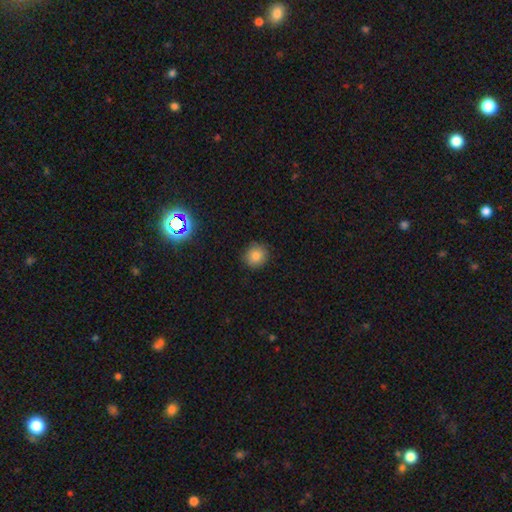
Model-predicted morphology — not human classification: smooth-or-featured: smooth: 83% | star or artifact: 11% | featured or disk: 6%
  how-rounded: round: 88% | in between: 11% | cigar-shaped: 1%
  merging: none: 89% | minor disturbance: 8% | major disturbance: 2% | merger: 1%